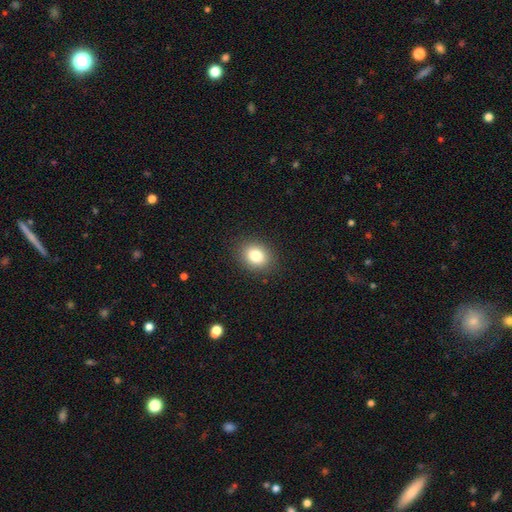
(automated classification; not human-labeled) This appears to be a smooth galaxy with no disk features (82%) that is in between round and cigar-shaped (54%). Merging: none (88%).